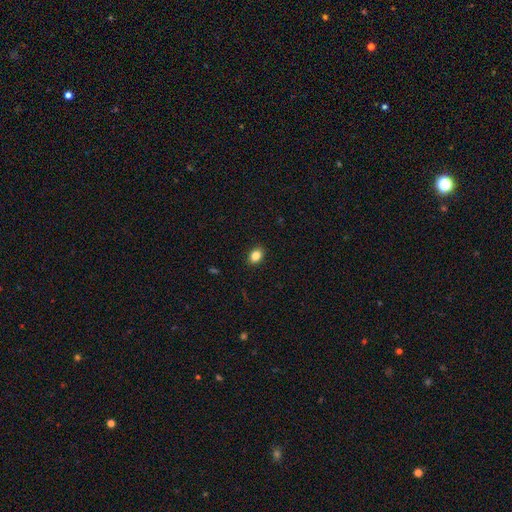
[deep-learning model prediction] Smooth or featured: smooth — 85% (star or artifact — 10%)
How rounded: in between — 67% (round — 32%)
Merging: none — 90% (minor disturbance — 7%)